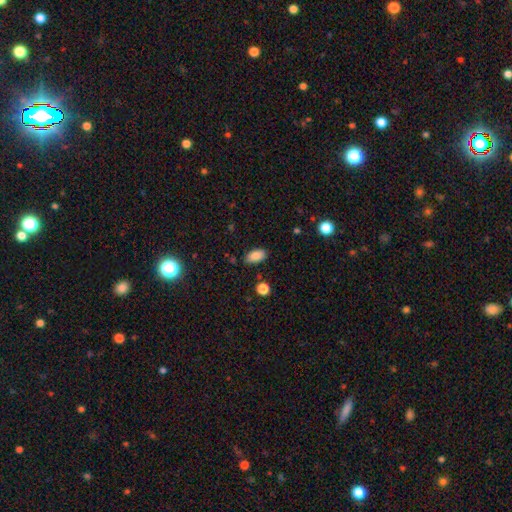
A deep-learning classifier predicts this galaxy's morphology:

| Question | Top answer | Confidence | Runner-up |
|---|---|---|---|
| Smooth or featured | smooth | 86% | star or artifact (9%) |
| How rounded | in between | 92% | round (4%) |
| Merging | none | 82% | minor disturbance (13%) |